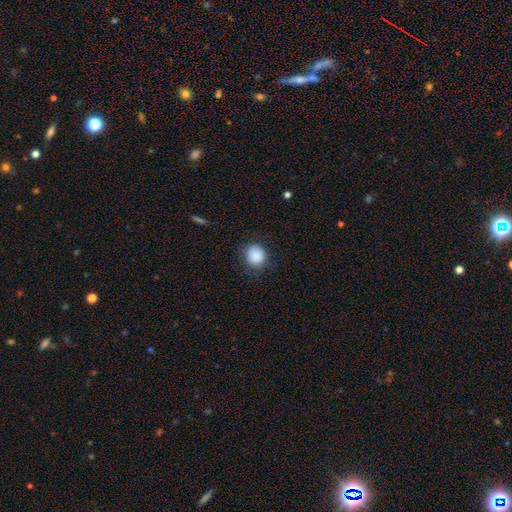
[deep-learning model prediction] smooth 89%, star or artifact 8%, featured or disk 3%. Down the decision tree: how rounded — round (83%); merging — none (81%).